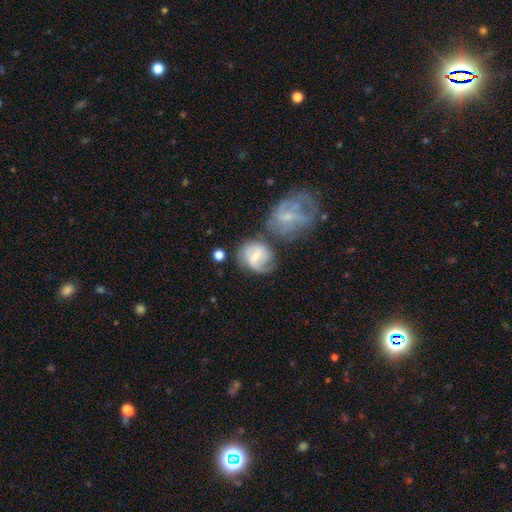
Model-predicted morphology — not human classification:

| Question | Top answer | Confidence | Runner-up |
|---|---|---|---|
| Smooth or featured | featured or disk | 58% | smooth (34%) |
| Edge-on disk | no | 97% | yes (3%) |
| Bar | weak | 51% | no (35%) |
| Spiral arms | yes | 84% | no (16%) |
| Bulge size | small | 50% | moderate (41%) |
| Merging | none | 44% | merger (26%) |